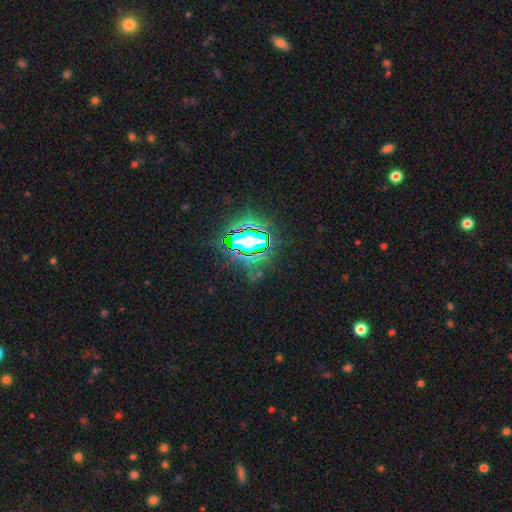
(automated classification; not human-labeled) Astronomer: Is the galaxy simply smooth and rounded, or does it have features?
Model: star or artifact — 84%.